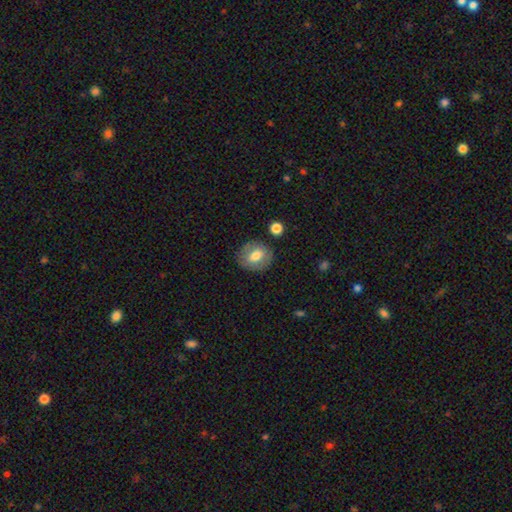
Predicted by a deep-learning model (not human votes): Smooth or featured?
  - smooth: 65% *
  - featured or disk: 28%
  - star or artifact: 8%
How rounded?
  - round: 65% *
  - in between: 33%
  - cigar-shaped: 1%
Merging?
  - none: 81% *
  - minor disturbance: 12%
  - major disturbance: 4%
  - merger: 3%